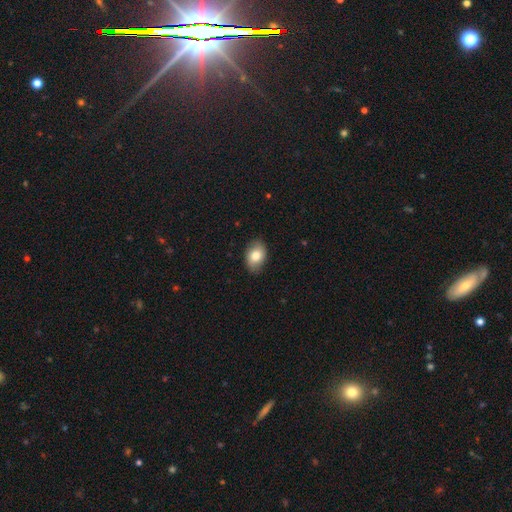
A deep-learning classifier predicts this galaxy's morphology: Overall: smooth (80%). How rounded: in between (84%). Merging: none (85%).